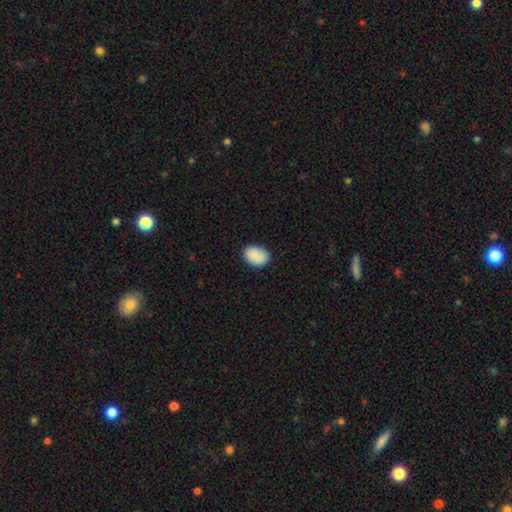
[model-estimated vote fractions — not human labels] Smooth or featured: smooth — 89% (star or artifact — 7%)
How rounded: in between — 76% (round — 23%)
Merging: none — 85% (minor disturbance — 12%)